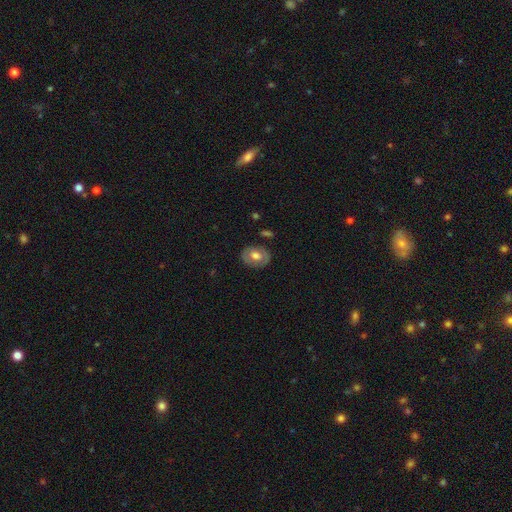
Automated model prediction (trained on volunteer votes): Smooth or featured? smooth (52%)
How rounded? in between (60%)
Merging? none (80%)